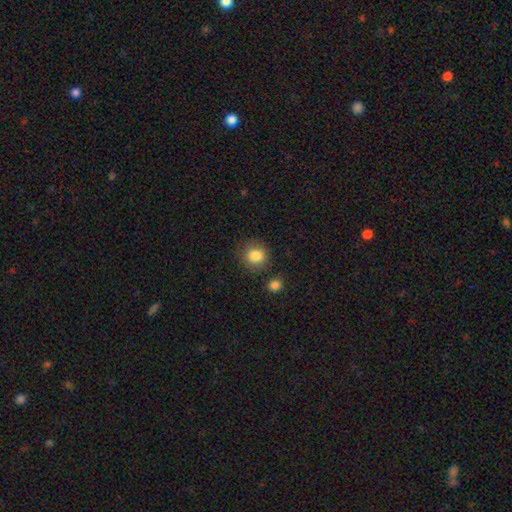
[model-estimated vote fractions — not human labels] A smooth galaxy with no disk features (84%) that is round (89%). Merging: none (83%).